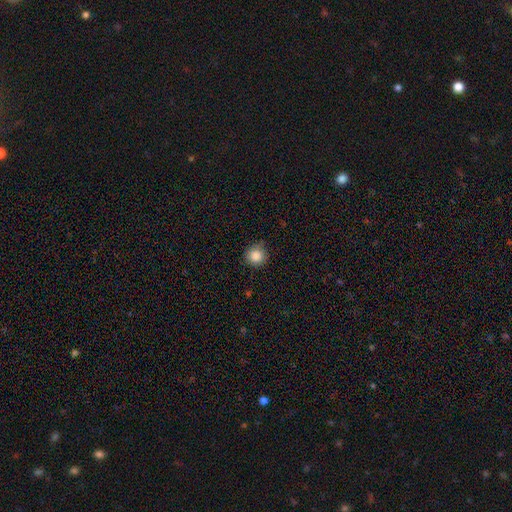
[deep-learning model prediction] This appears to be a smooth galaxy with no disk features (86%) that is round (94%). Merging: none (85%).